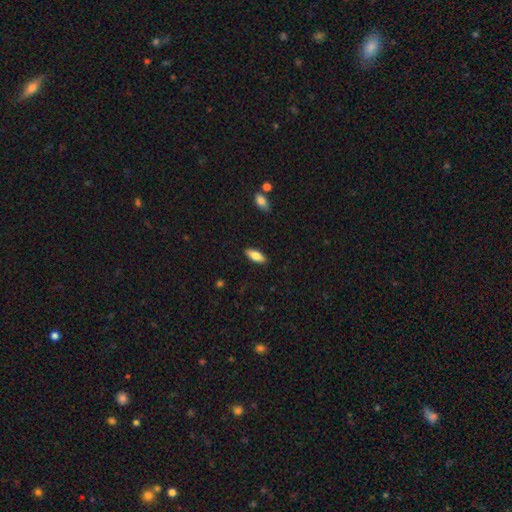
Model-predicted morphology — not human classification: Smooth or featured? smooth (77%)
How rounded? in between (76%)
Merging? none (89%)